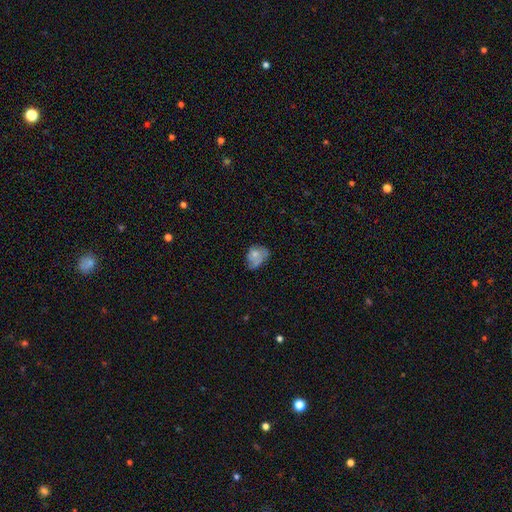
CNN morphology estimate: Smooth or featured?
  - smooth: 63% *
  - featured or disk: 28%
  - star or artifact: 10%
How rounded?
  - in between: 61% *
  - round: 38%
  - cigar-shaped: 1%
Merging?
  - none: 38% *
  - minor disturbance: 37%
  - major disturbance: 20%
  - merger: 4%